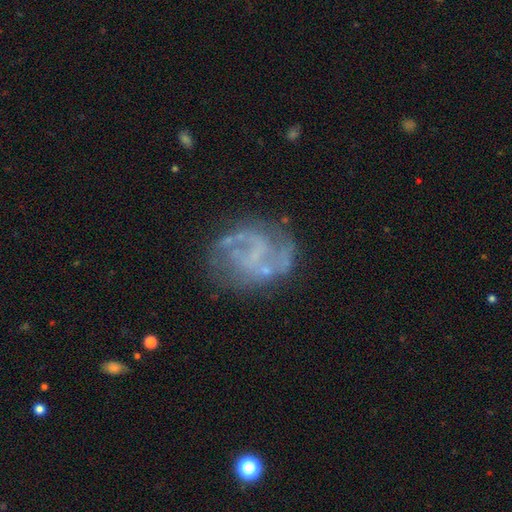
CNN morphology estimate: This is likely a featured or disk galaxy (76%). It is clearly not viewed edge-on (98%). Bar: possibly no (56%). Spiral arm pattern: likely yes (74%). Spiral arm count: possibly 2 (58%). Spiral winding: marginally medium (42%). Central bulge: likely none (62%). Merging: likely none (64%).